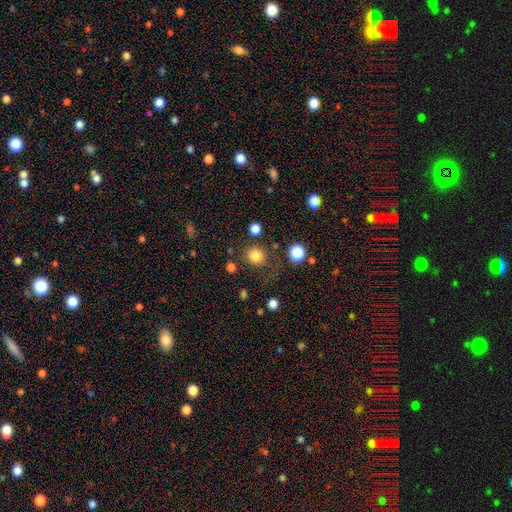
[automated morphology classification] Smooth or featured? smooth (82%)
How rounded? round (89%)
Merging? none (76%)